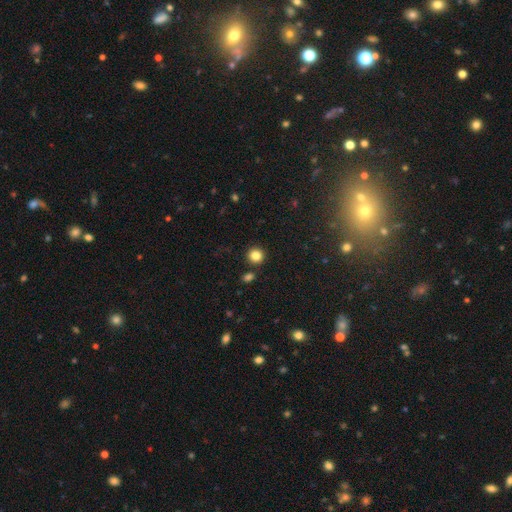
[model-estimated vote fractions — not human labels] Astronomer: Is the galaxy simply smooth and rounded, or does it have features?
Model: smooth — 84%.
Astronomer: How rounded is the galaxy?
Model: round — 91%.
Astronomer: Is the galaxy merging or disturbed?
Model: none — 87%.